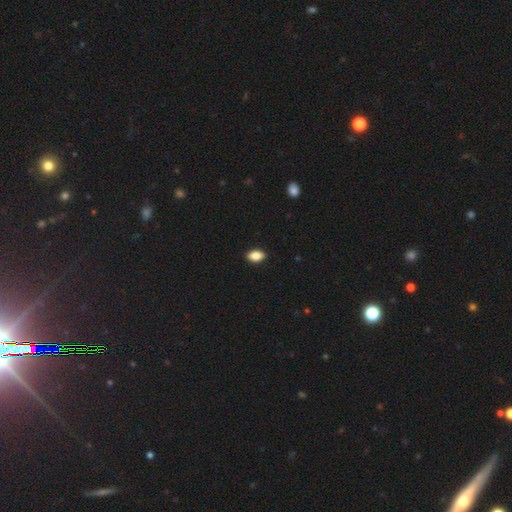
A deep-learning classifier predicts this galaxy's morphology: The model was most divided on "smooth or featured": smooth: 86%, star or artifact: 8%, featured or disk: 6%. More confident: how rounded — in between (90%); merging — none (90%).